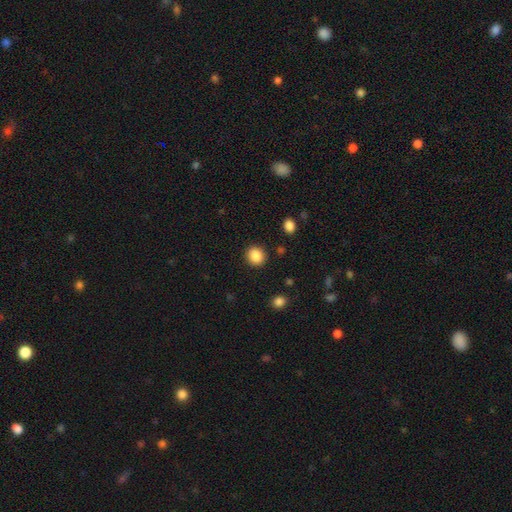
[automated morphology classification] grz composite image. It shows a smooth galaxy with no disk features (87%) that is round (83%). Merging: none (90%).